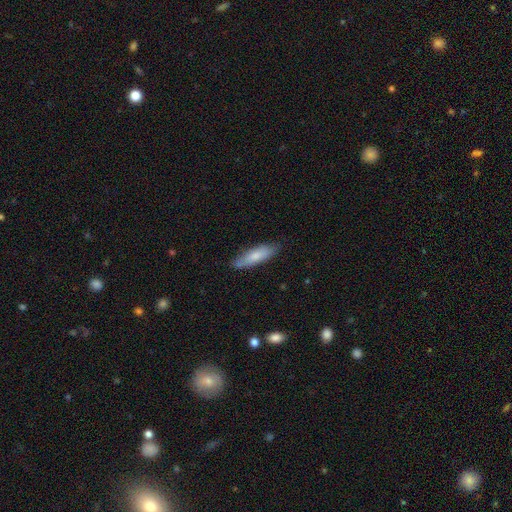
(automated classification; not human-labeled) Overall: smooth (73%). How rounded: cigar-shaped (58%; in between 40%). Merging: none (77%).